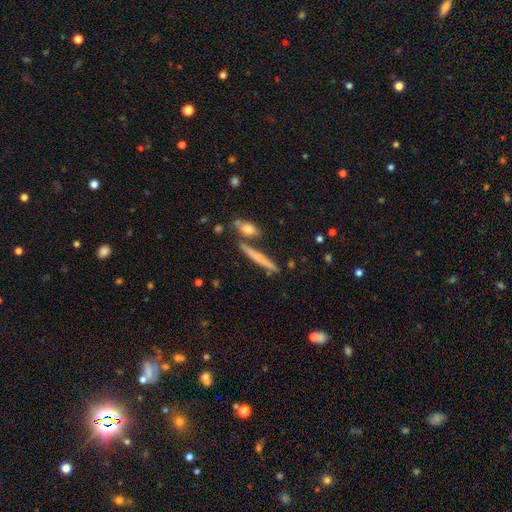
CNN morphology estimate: The model was most divided on "smooth or featured": smooth: 48%, featured or disk: 44%, star or artifact: 8%. More confident: merging — none (80%).